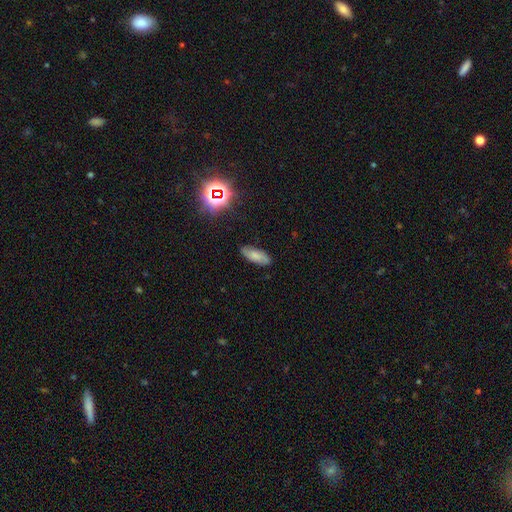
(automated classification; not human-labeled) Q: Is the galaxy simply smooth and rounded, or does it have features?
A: smooth — 60%.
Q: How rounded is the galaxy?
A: in between — 75%.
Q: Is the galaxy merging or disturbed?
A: none — 81%.